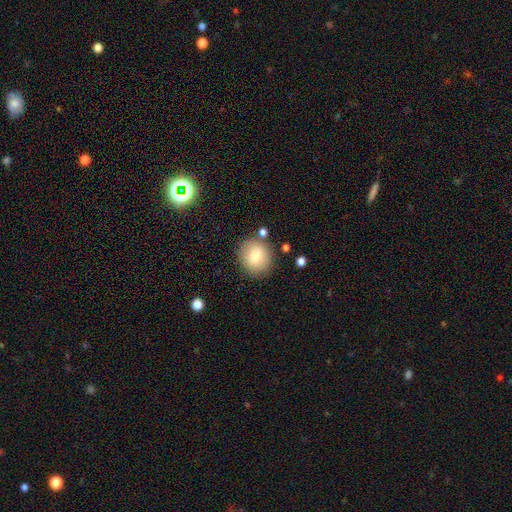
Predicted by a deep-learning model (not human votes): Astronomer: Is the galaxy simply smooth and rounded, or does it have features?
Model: smooth — 77%.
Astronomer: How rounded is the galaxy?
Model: round — 80%.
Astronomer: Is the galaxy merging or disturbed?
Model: none — 82%.